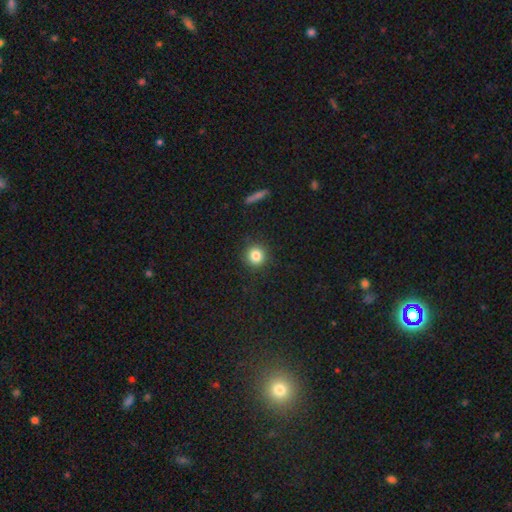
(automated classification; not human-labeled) Overall: smooth (84%). How rounded: round (93%). Merging: none (90%).